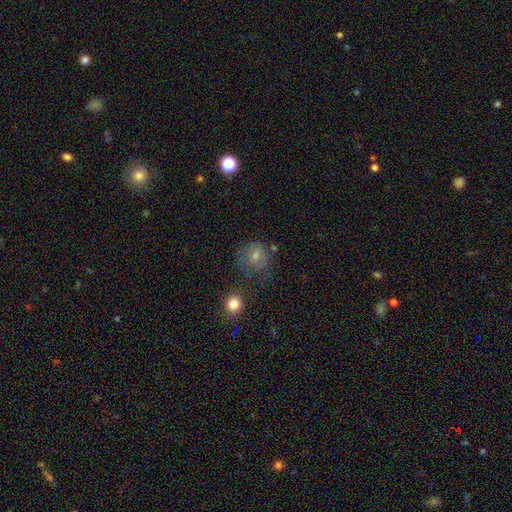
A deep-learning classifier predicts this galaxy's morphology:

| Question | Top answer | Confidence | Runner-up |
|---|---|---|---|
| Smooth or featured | smooth | 43% | featured or disk (38%) |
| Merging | none | 62% | minor disturbance (21%) |